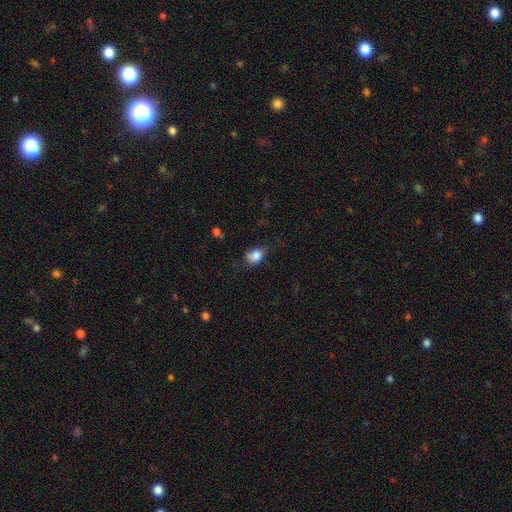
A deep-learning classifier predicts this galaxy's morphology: Smooth or featured? Predicted: smooth (p=0.83). How rounded? Predicted: in between (p=0.60). Merging? Predicted: none (p=0.52).